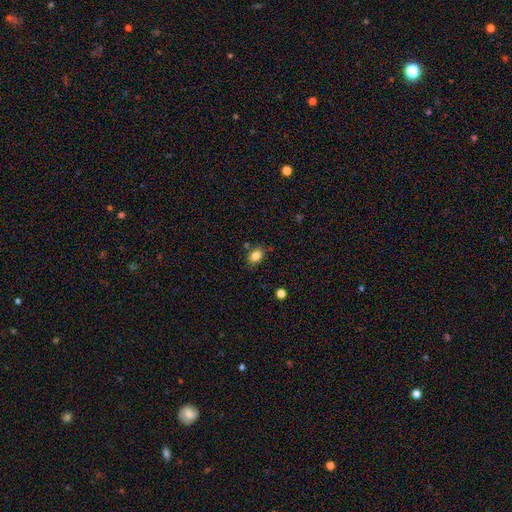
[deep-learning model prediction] Morphology: type=smooth (84%); roundness=in between (77%); merging=none (79%).